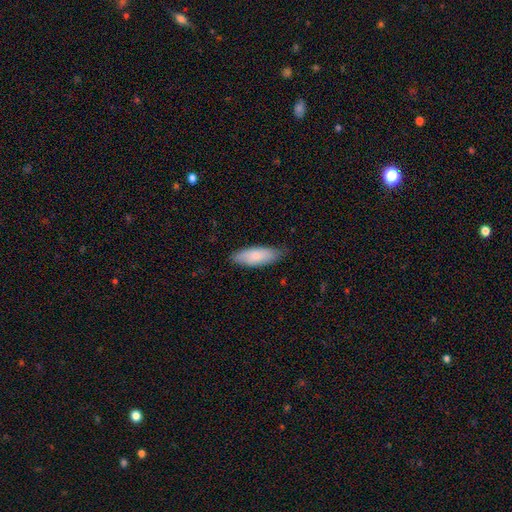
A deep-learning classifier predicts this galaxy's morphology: This is clearly a smooth galaxy (81%). How rounded: likely in between (67%). Merging: likely none (80%).